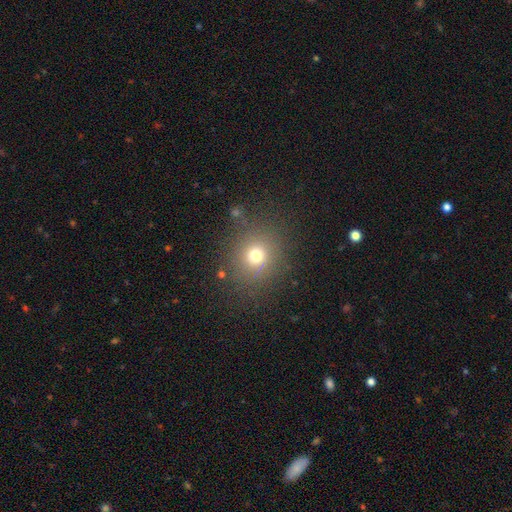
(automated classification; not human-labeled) Smooth or featured?
  - smooth: 72% *
  - star or artifact: 18%
  - featured or disk: 10%
How rounded?
  - round: 84% *
  - in between: 15%
  - cigar-shaped: 1%
Merging?
  - none: 82% *
  - minor disturbance: 10%
  - major disturbance: 5%
  - merger: 2%